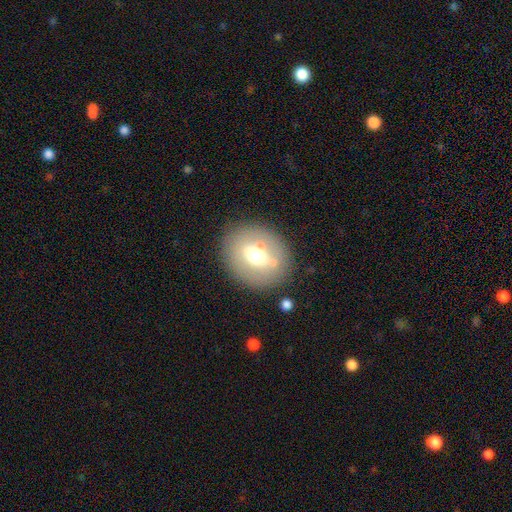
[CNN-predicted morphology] Smooth or featured: smooth — 49% (featured or disk — 41%)
Merging: none — 76% (minor disturbance — 12%)